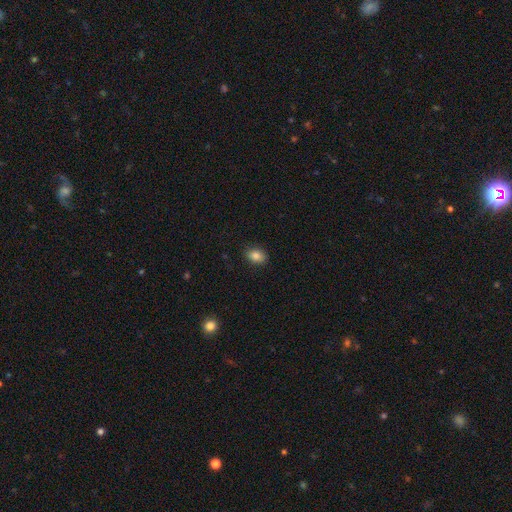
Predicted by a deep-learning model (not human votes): Overall: smooth (86%). How rounded: in between (77%). Merging: none (87%).